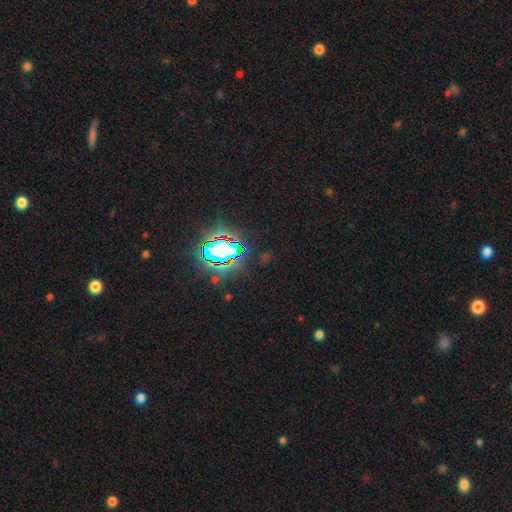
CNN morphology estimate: Smooth or featured? star or artifact (82%)